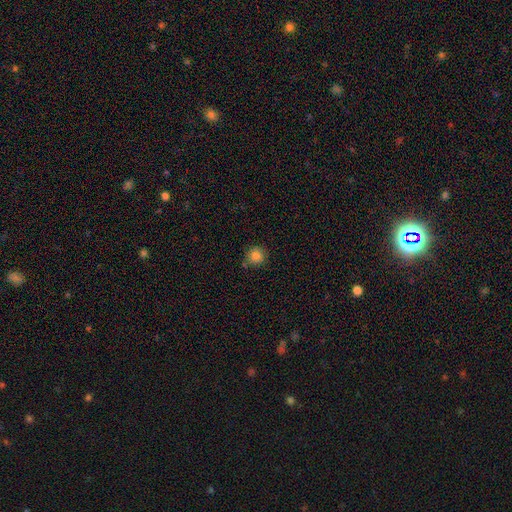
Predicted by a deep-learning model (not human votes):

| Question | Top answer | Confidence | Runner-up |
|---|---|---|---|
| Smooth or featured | smooth | 84% | star or artifact (11%) |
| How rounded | round | 92% | in between (7%) |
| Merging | none | 80% | minor disturbance (11%) |